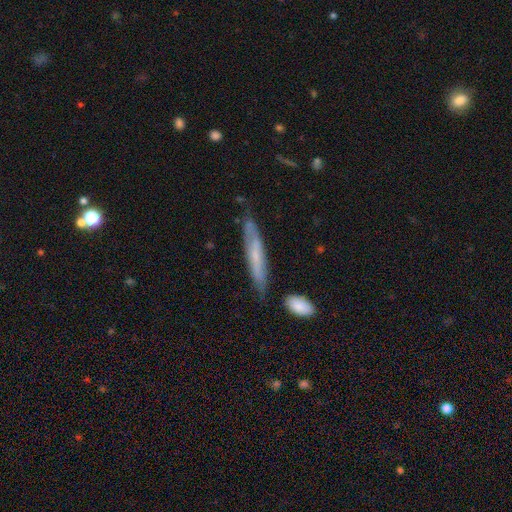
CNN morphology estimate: The model was most divided on "smooth or featured": featured or disk: 47%, smooth: 46%, star or artifact: 7%. More confident: merging — none (74%).